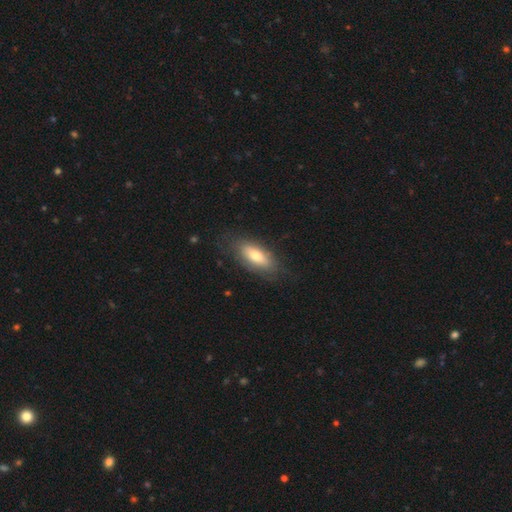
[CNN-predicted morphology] This appears to be a smooth galaxy with no disk features (66%) that is in between round and cigar-shaped (80%). Merging: none (78%).